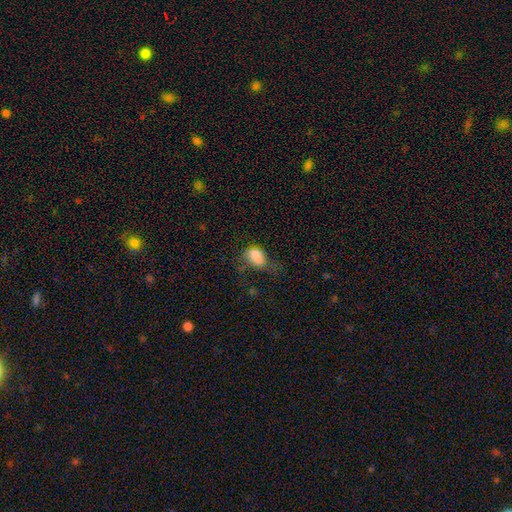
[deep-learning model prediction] Smooth or featured?
  - smooth: 79% *
  - featured or disk: 11%
  - star or artifact: 9%
How rounded?
  - in between: 83% *
  - round: 15%
  - cigar-shaped: 2%
Merging?
  - major disturbance: 33% *
  - minor disturbance: 32%
  - none: 32%
  - merger: 3%